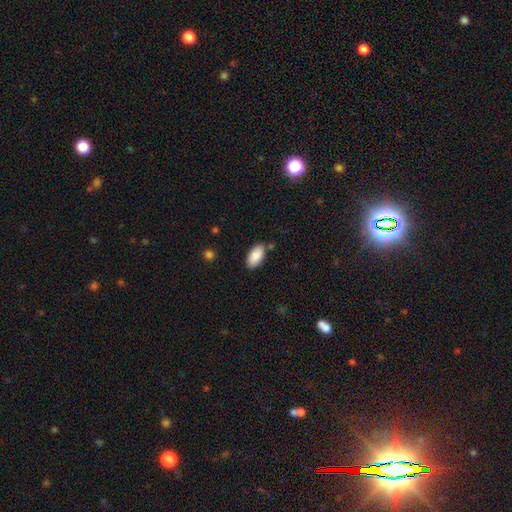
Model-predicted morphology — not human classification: Smooth or featured? Predicted: smooth (p=0.87). How rounded? Predicted: in between (p=0.94). Merging? Predicted: none (p=0.82).